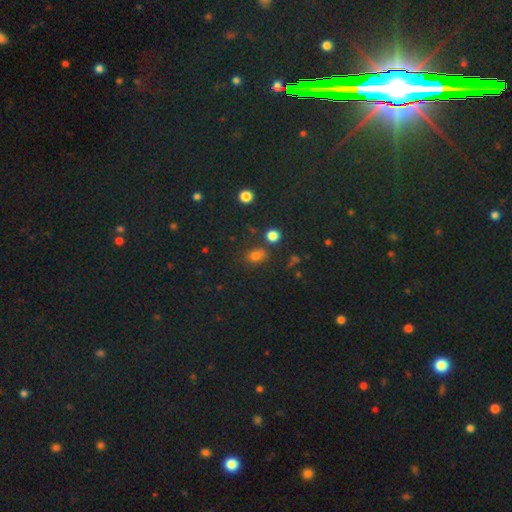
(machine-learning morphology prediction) smooth-or-featured: smooth: 71% | star or artifact: 22% | featured or disk: 7%
  how-rounded: round: 55% | in between: 43% | cigar-shaped: 1%
  merging: none: 71% | minor disturbance: 14% | merger: 11% | major disturbance: 5%